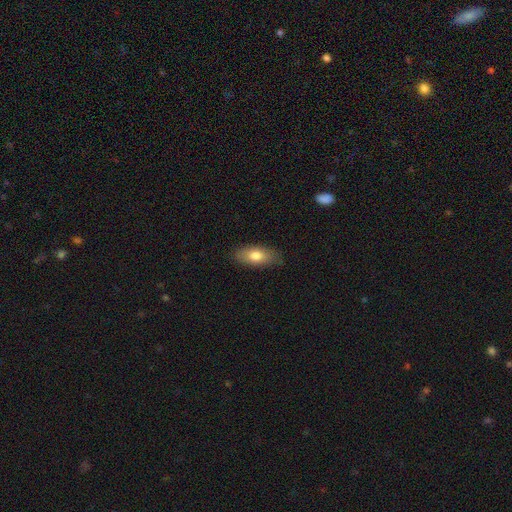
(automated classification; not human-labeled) The model was most divided on "smooth or featured": smooth: 77%, featured or disk: 16%, star or artifact: 7%. More confident: how rounded — in between (87%); merging — none (82%).